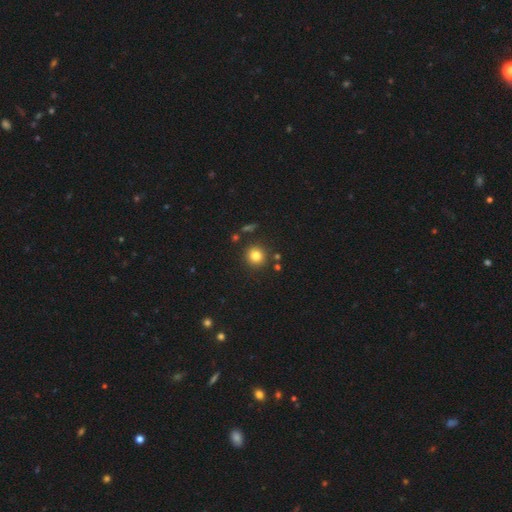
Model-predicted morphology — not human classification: Smooth or featured?
  - smooth: 81% *
  - star or artifact: 13%
  - featured or disk: 7%
How rounded?
  - round: 92% *
  - in between: 7%
  - cigar-shaped: 1%
Merging?
  - none: 87% *
  - minor disturbance: 7%
  - merger: 4%
  - major disturbance: 2%